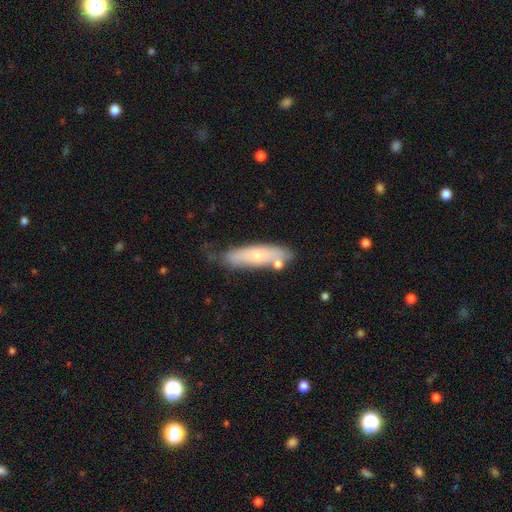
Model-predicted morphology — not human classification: Overall: smooth (56%; featured or disk 37%). How rounded: cigar-shaped (65%; in between 34%). Merging: none (57%; minor disturbance 27%).